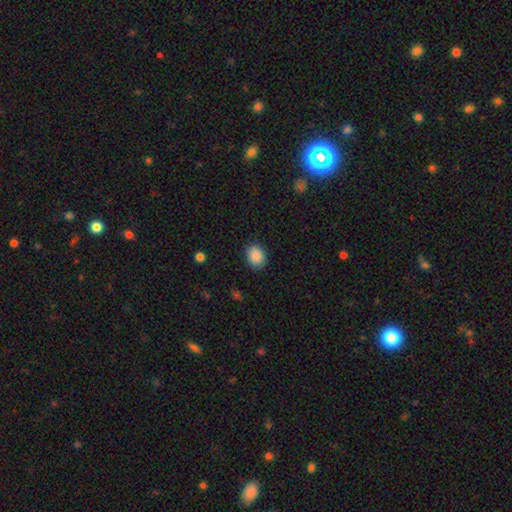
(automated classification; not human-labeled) A smooth galaxy with no disk features (89%) that is in between round and cigar-shaped (60%). Merging: none (88%).